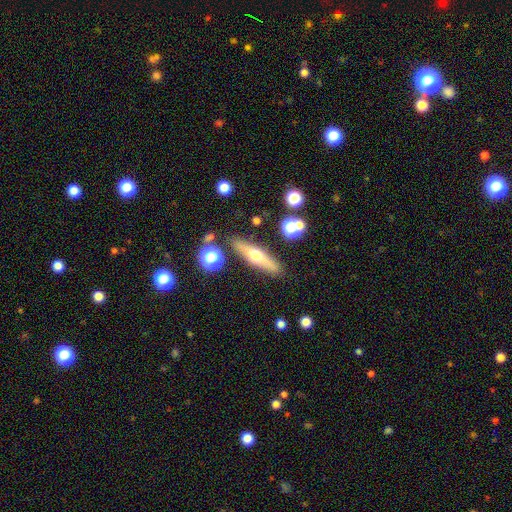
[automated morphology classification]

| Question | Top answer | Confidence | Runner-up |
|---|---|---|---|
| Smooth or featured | featured or disk | 52% | smooth (41%) |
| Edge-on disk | yes | 89% | no (11%) |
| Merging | none | 86% | minor disturbance (9%) |